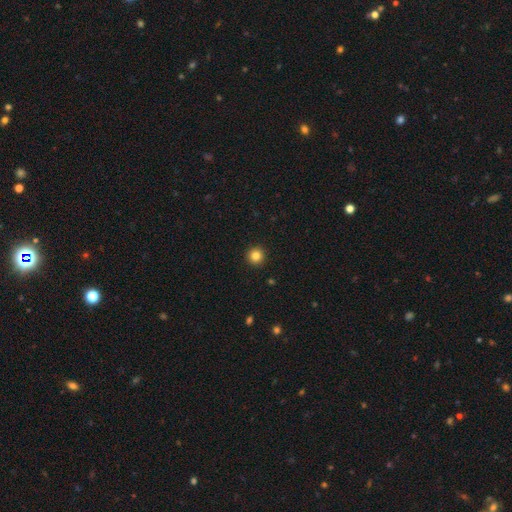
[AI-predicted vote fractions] Smooth or featured?
  - smooth: 83% *
  - star or artifact: 11%
  - featured or disk: 5%
How rounded?
  - round: 96% *
  - in between: 3%
  - cigar-shaped: 1%
Merging?
  - none: 93% *
  - minor disturbance: 4%
  - major disturbance: 1%
  - merger: 1%